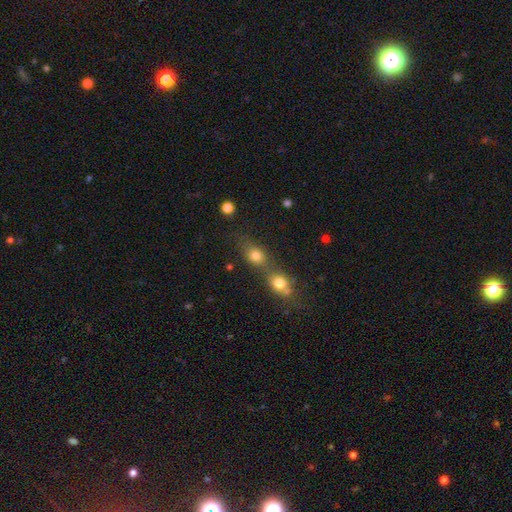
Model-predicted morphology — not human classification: Overall: smooth (77%). How rounded: round (54%; in between 43%). Merging: merger (51%; none 37%).